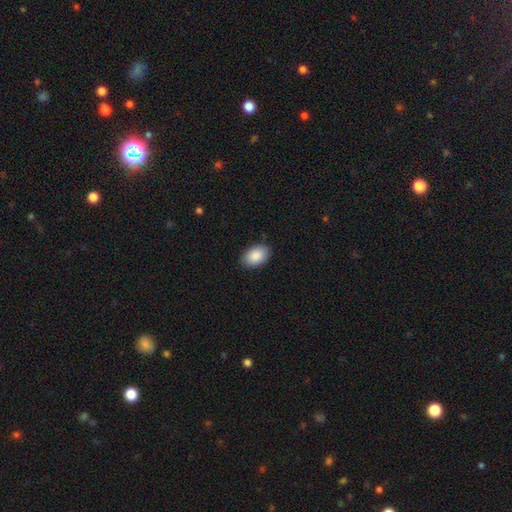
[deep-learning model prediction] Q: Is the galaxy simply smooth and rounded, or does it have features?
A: smooth — 89%.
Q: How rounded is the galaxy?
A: in between — 89%.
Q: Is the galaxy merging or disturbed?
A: none — 87%.